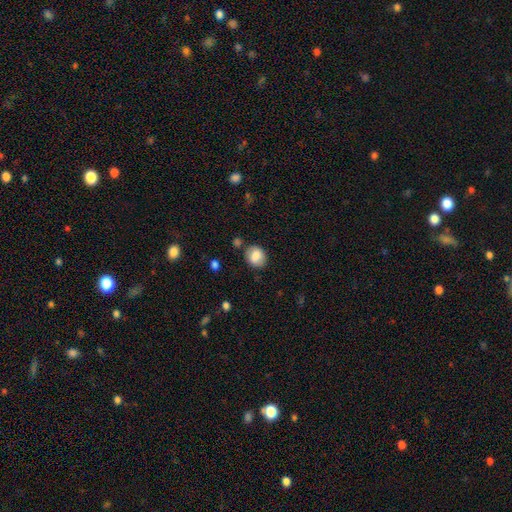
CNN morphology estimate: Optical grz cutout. It shows a smooth galaxy with no disk features (82%) that is round (59%). Merging: none (78%).